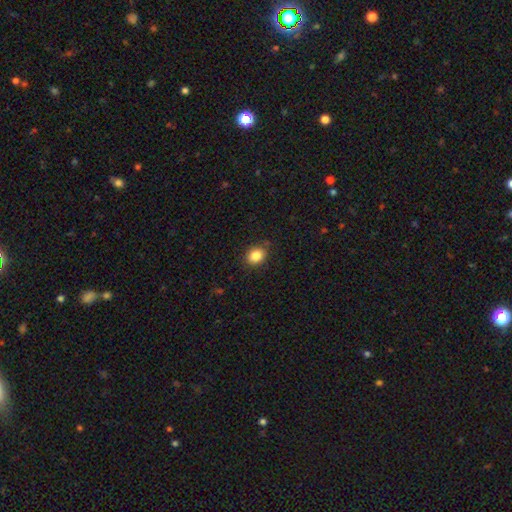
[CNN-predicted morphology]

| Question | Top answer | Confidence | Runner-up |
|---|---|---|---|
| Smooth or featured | smooth | 85% | star or artifact (10%) |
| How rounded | round | 55% | in between (44%) |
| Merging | none | 86% | minor disturbance (10%) |